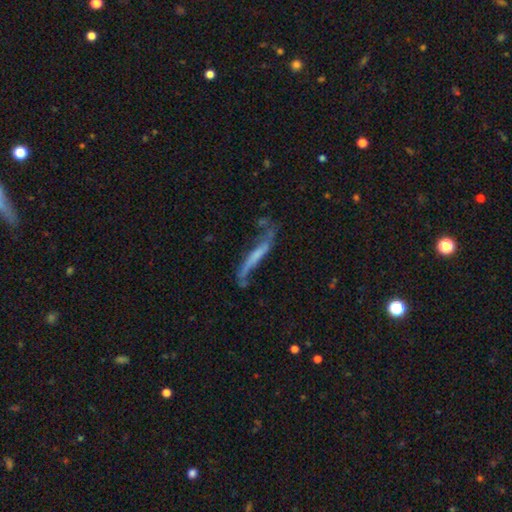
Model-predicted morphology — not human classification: Smooth or featured?
  - featured or disk: 62% *
  - smooth: 30%
  - star or artifact: 8%
Edge-on disk?
  - yes: 62% *
  - no: 38%
Merging?
  - none: 45% *
  - minor disturbance: 26%
  - major disturbance: 20%
  - merger: 9%